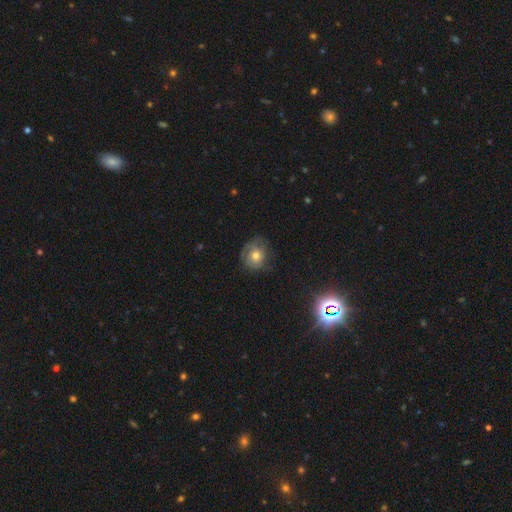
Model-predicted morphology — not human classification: Smooth or featured? featured or disk (47%)
Merging? none (66%)